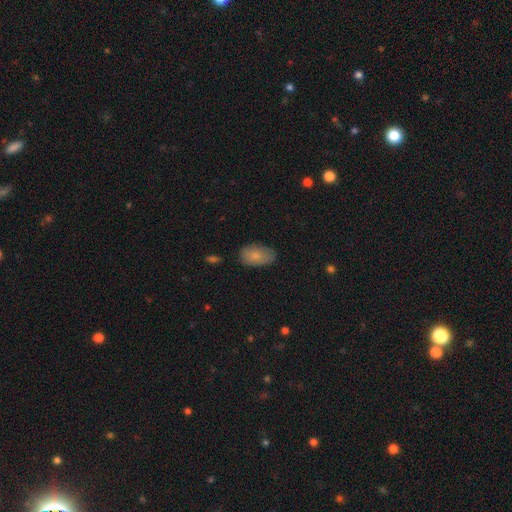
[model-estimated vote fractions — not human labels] This is clearly a smooth galaxy (81%). How rounded: clearly in between (92%). Merging: likely none (77%).